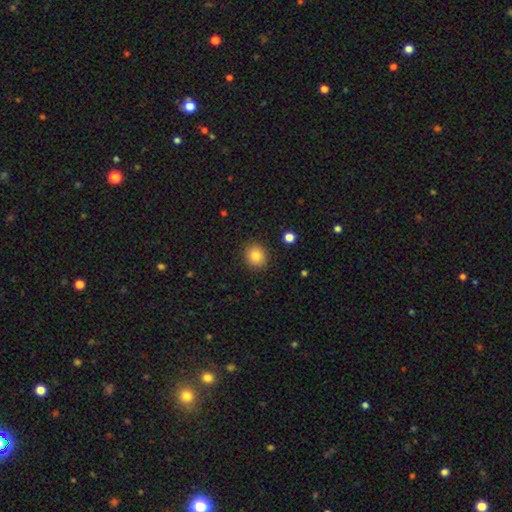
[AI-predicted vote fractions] Overall: smooth (83%). How rounded: round (80%). Merging: none (89%).